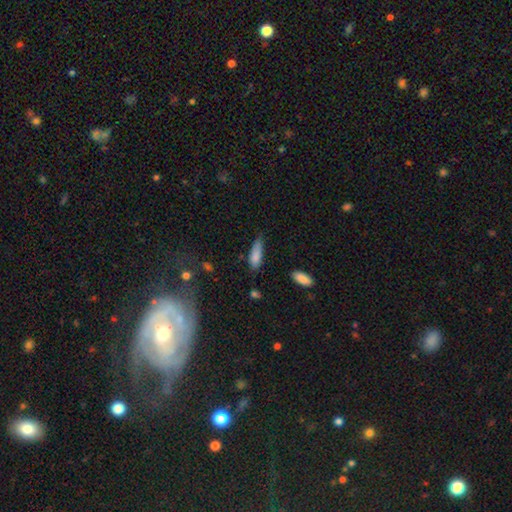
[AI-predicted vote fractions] Smooth or featured?
  - smooth: 84% *
  - featured or disk: 9%
  - star or artifact: 7%
How rounded?
  - in between: 55% *
  - cigar-shaped: 43%
  - round: 2%
Merging?
  - none: 55% *
  - minor disturbance: 35%
  - major disturbance: 7%
  - merger: 3%